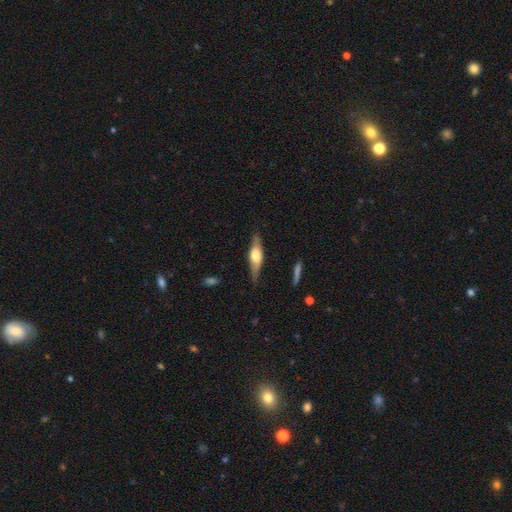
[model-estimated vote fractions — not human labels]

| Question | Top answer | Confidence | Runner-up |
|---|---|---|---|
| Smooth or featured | featured or disk | 56% | smooth (38%) |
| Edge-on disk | yes | 92% | no (8%) |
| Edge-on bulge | rounded | 89% | boxy (9%) |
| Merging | none | 80% | minor disturbance (15%) |